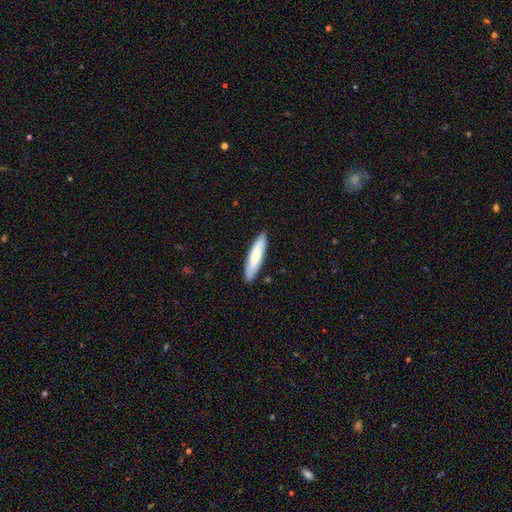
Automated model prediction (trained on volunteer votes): This is likely a smooth galaxy (65%). How rounded: likely cigar-shaped (69%). Merging: clearly none (85%).